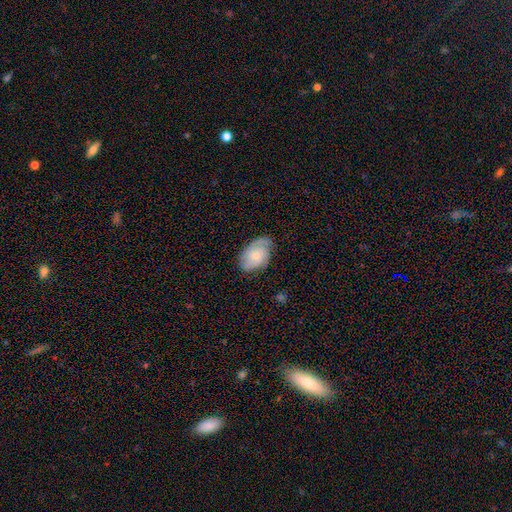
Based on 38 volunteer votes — Smooth or featured: featured or disk — 50% (smooth — 47%)
Edge-on disk: no — 95% (yes — 5%)
Bar: no — 83% (weak — 17%)
Spiral arms: yes — 72% (no — 28%)
Spiral winding: tight — 54% (medium — 31%)
Spiral arm count: can't tell — 46% (2 — 31%)
Bulge size: small — 67% (moderate — 33%)
Merging: none — 78% (minor disturbance — 22%)